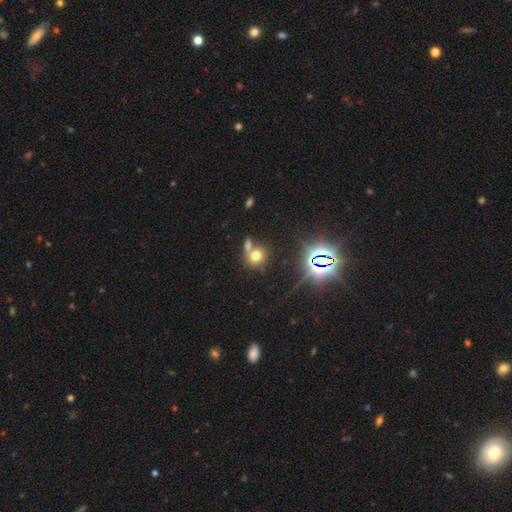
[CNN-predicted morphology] A smooth galaxy with no disk features (64%) that is round (74%). Merging: none (43%).